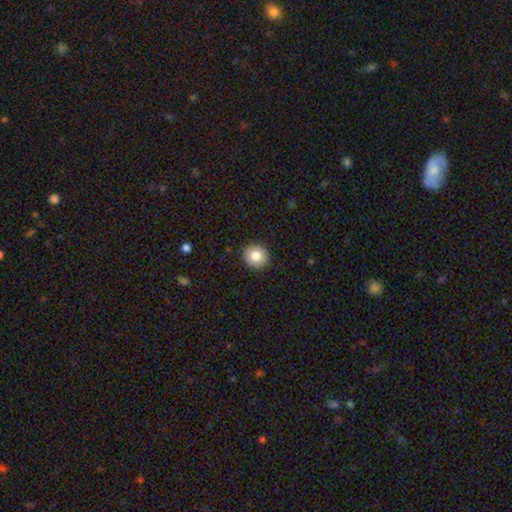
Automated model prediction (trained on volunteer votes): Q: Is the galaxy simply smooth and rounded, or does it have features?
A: smooth — 83%.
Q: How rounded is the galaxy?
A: round — 91%.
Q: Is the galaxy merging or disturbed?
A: none — 91%.